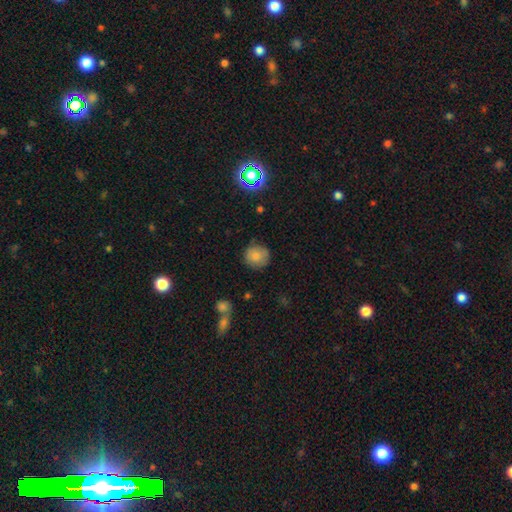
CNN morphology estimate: Overall: smooth (78%). How rounded: round (90%). Merging: none (79%).